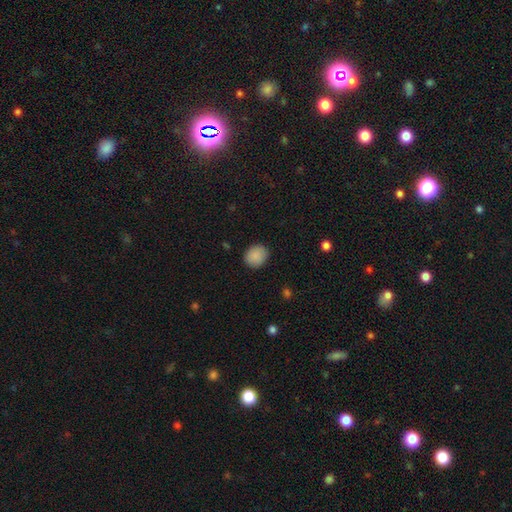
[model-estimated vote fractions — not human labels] The model was most divided on "how rounded": round: 65%, in between: 34%, cigar-shaped: 1%. More confident: smooth or featured — smooth (89%); merging — none (87%).